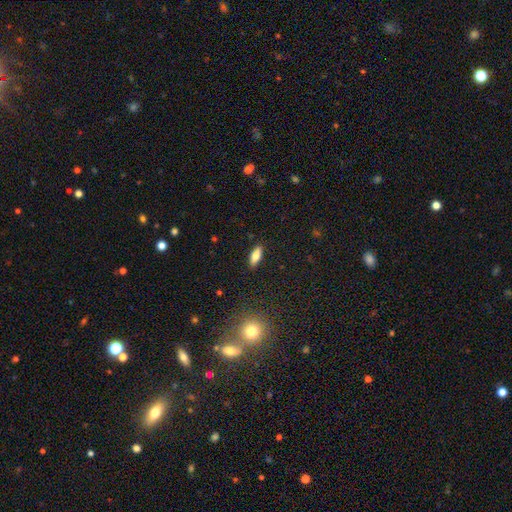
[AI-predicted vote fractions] A smooth galaxy with no disk features (78%) that is in between round and cigar-shaped (71%). Merging: none (88%).